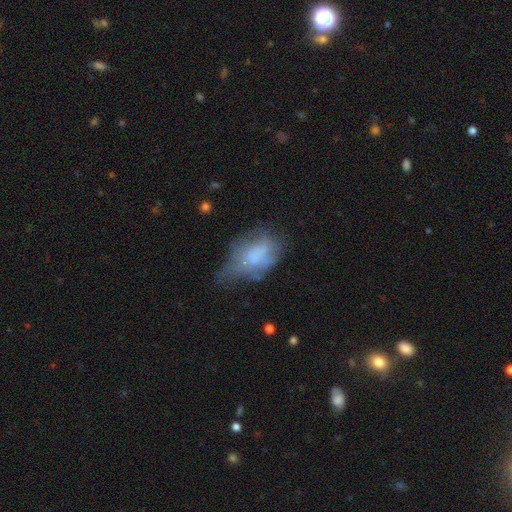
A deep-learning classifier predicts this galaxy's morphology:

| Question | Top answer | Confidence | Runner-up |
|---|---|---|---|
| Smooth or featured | smooth | 57% | featured or disk (33%) |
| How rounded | in between | 84% | round (13%) |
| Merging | minor disturbance | 36% | major disturbance (35%) |